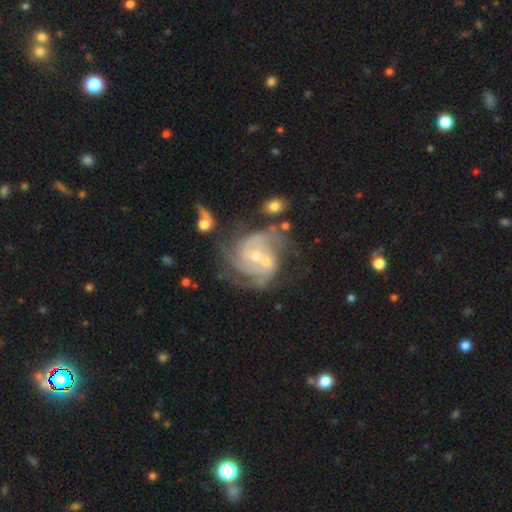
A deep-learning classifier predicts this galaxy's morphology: This is clearly a featured or disk galaxy (88%). It is clearly not viewed edge-on (98%). Bar: marginally weak (43%). Spiral arm pattern: clearly yes (97%). Spiral arm count: marginally 3 (34%). Spiral winding: possibly tight (46%). Central bulge: likely small (62%). Merging: possibly none (49%).